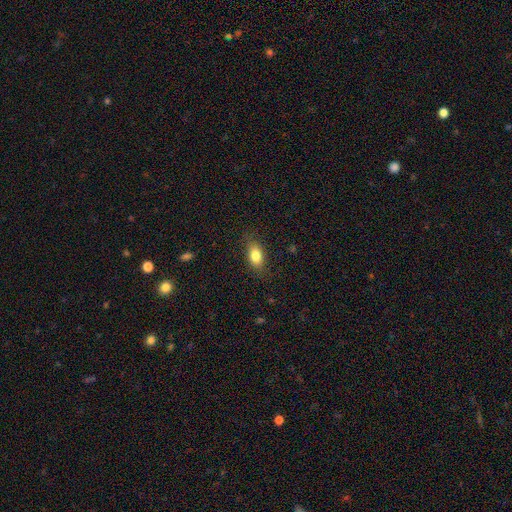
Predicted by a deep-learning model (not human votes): A smooth galaxy with no disk features (82%) that is in between round and cigar-shaped (86%). Merging: none (82%).